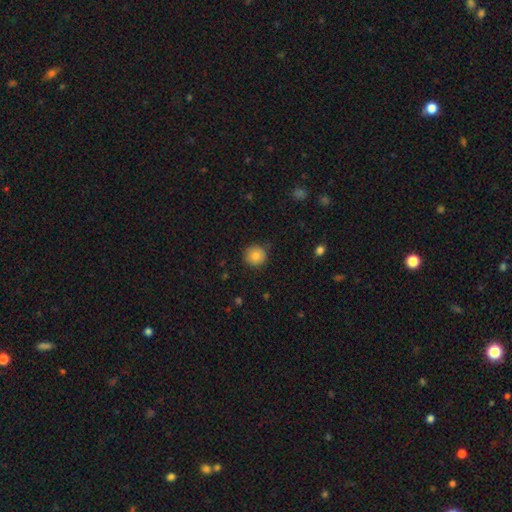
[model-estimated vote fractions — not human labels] The model was most divided on "smooth or featured": smooth: 82%, star or artifact: 10%, featured or disk: 8%. More confident: how rounded — round (92%); merging — none (86%).